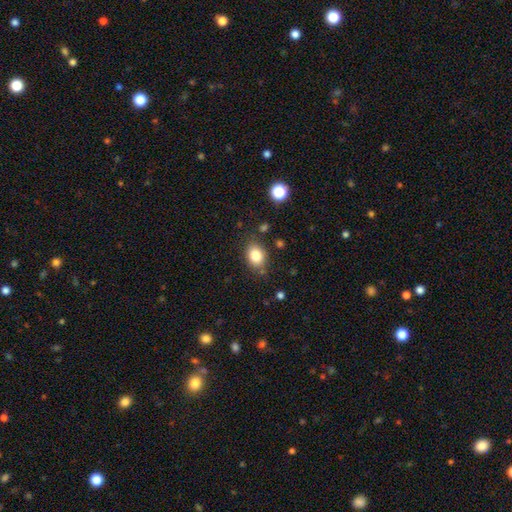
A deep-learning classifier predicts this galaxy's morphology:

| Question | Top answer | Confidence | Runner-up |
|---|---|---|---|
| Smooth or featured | smooth | 82% | star or artifact (10%) |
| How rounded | in between | 62% | round (37%) |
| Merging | none | 79% | minor disturbance (14%) |